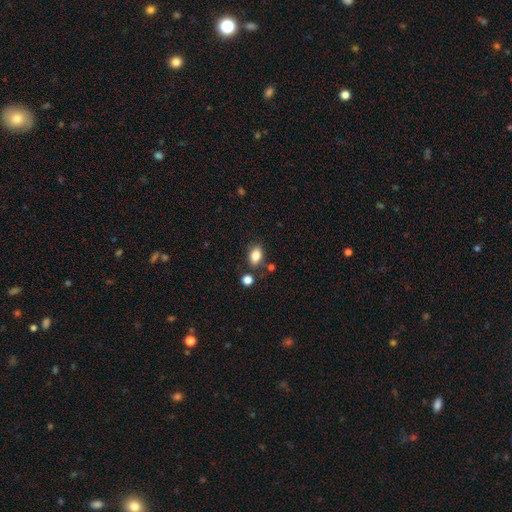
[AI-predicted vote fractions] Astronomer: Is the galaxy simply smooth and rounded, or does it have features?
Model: smooth — 84%.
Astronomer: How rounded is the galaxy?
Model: in between — 84%.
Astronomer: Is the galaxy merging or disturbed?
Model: none — 75%.